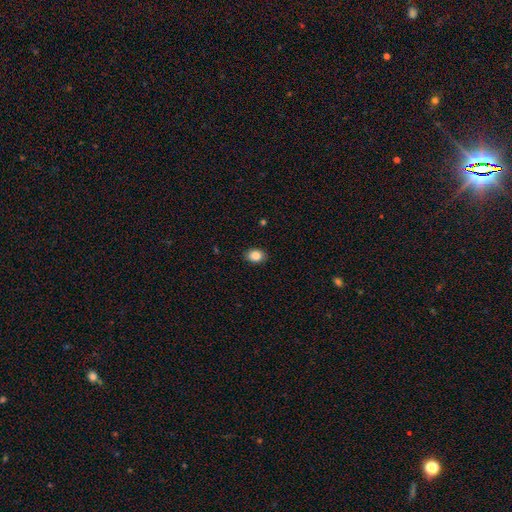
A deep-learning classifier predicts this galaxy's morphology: The model was most divided on "how rounded": in between: 65%, round: 34%, cigar-shaped: 1%. More confident: merging — none (87%); smooth or featured — smooth (87%).